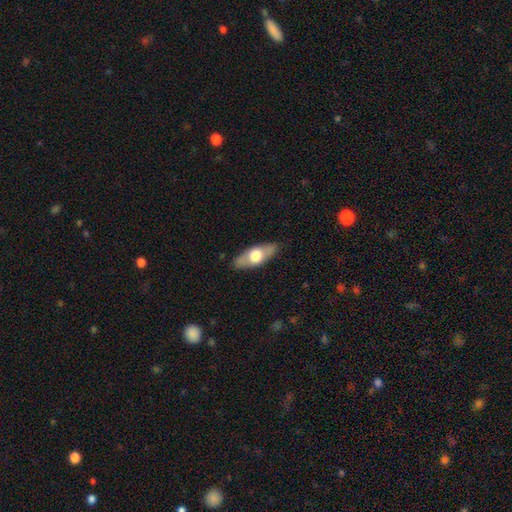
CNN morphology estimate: Smooth or featured: smooth — 52% (featured or disk — 42%)
How rounded: in between — 70% (cigar-shaped — 26%)
Merging: none — 85% (minor disturbance — 12%)